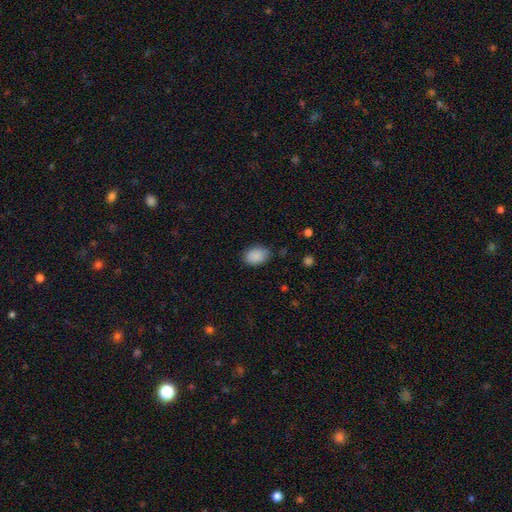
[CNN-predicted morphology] A smooth galaxy with no disk features (89%) that is in between round and cigar-shaped (79%). Merging: none (80%).